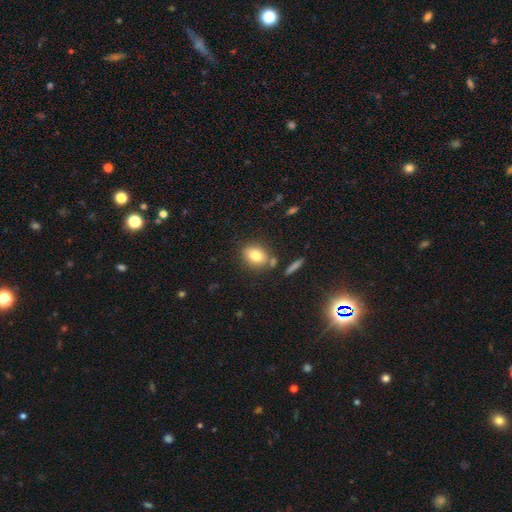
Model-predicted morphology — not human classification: A smooth galaxy with no disk features (79%) that is in between round and cigar-shaped (62%). Merging: none (73%).